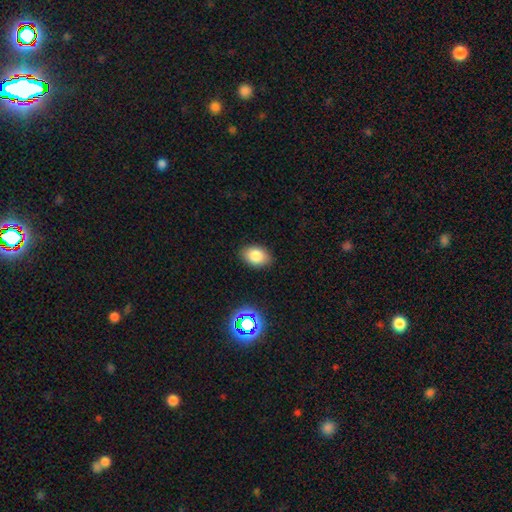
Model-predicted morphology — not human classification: Smooth or featured: smooth — 82% (star or artifact — 11%)
How rounded: in between — 82% (round — 17%)
Merging: none — 87% (minor disturbance — 10%)